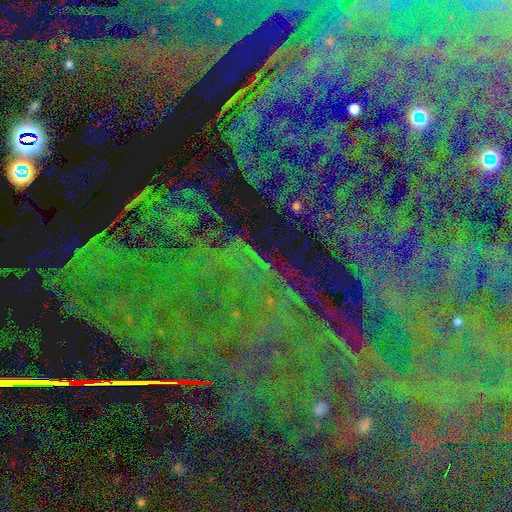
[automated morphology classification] This is clearly a star or artifact rather than a galaxy (85%).